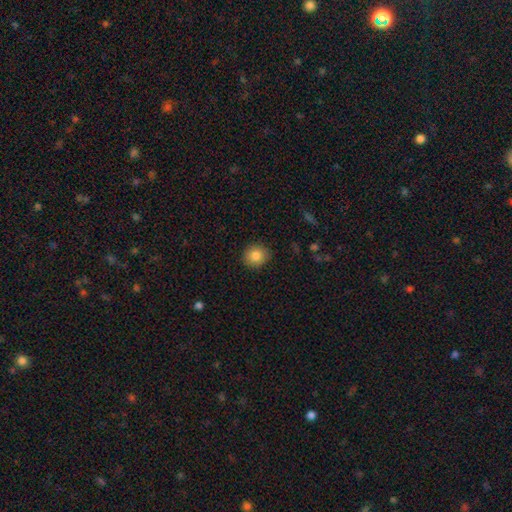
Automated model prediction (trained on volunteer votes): This is clearly a smooth galaxy (83%). How rounded: clearly round (83%). Merging: clearly none (89%).